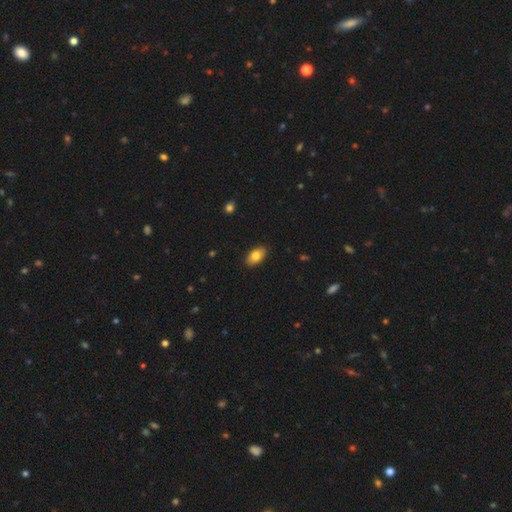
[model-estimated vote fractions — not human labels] This appears to be a smooth galaxy with no disk features (82%) that is in between round and cigar-shaped (91%). Merging: none (89%).